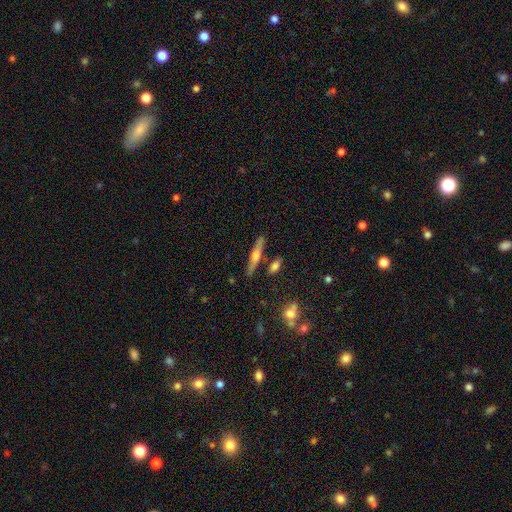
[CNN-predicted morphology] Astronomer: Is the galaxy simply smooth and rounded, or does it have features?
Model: featured or disk — 53% (runner-up: smooth, 41%).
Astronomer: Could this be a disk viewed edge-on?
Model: yes — 93%.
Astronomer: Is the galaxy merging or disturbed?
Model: none — 79%.